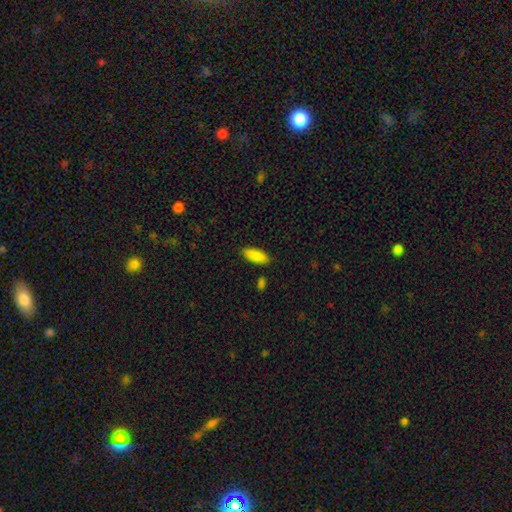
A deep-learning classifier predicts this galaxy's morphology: A smooth galaxy with no disk features (88%) that is in between round and cigar-shaped (69%). Merging: none (86%).